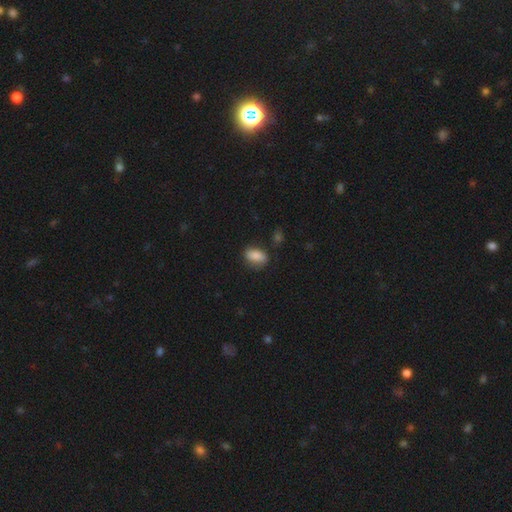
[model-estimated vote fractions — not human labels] smooth-or-featured: smooth: 85% | star or artifact: 8% | featured or disk: 8%
  how-rounded: in between: 89% | round: 8% | cigar-shaped: 3%
  merging: none: 74% | minor disturbance: 18% | major disturbance: 4% | merger: 3%